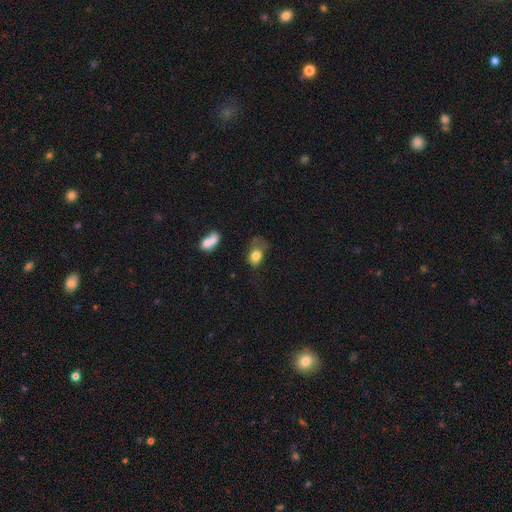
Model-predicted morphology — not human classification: This is likely a smooth galaxy (76%). How rounded: likely in between (71%). Merging: marginally major disturbance (37%).